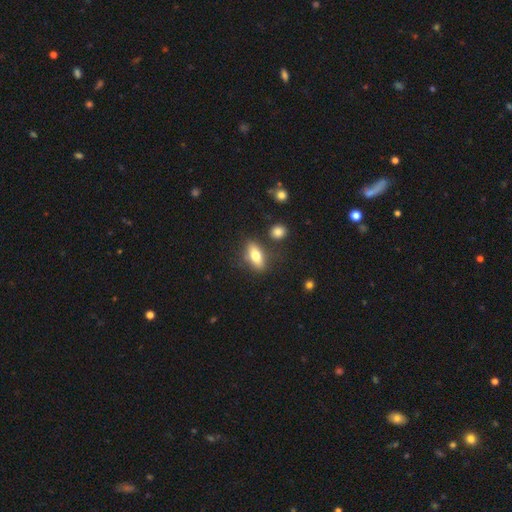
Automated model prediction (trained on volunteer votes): smooth-or-featured: smooth: 72% | featured or disk: 21% | star or artifact: 7%
  how-rounded: in between: 76% | cigar-shaped: 19% | round: 5%
  merging: none: 77% | minor disturbance: 14% | merger: 6% | major disturbance: 4%